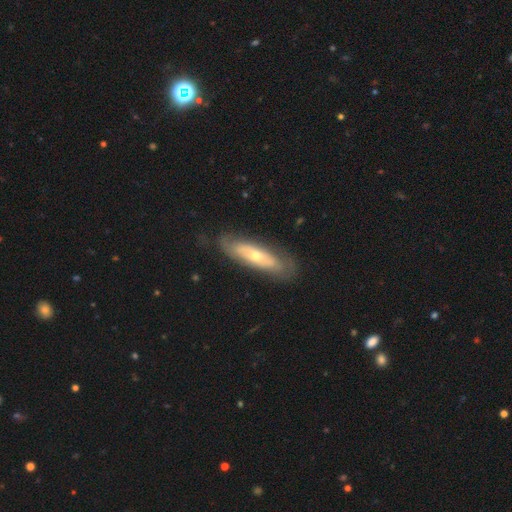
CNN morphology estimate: This appears to be a featured or disk galaxy (60%). Merging: none (74%).